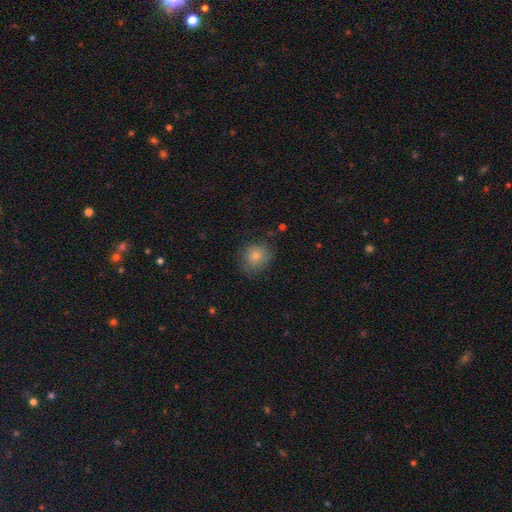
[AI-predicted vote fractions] A smooth galaxy with no disk features (76%) that is round (80%).

Vote fractions:
- Smooth or featured? smooth: 76% / star or artifact: 12% / featured or disk: 12%
- How rounded? round: 80% / in between: 19% / cigar-shaped: 1%
- Merging? none: 75% / minor disturbance: 19% / major disturbance: 5% / merger: 1%